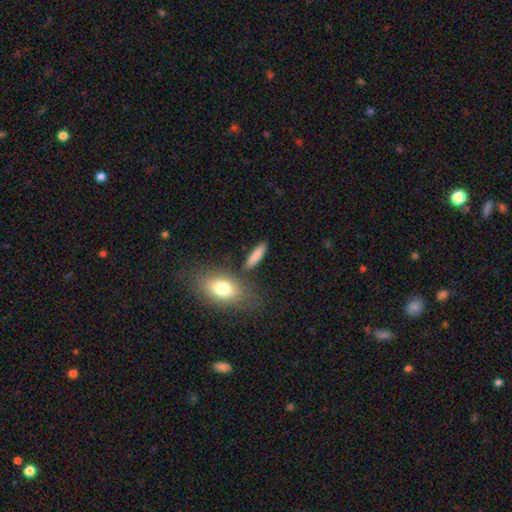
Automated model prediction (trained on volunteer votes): A smooth galaxy with no disk features (84%) that is cigar-shaped (63%). Merging: none (78%).